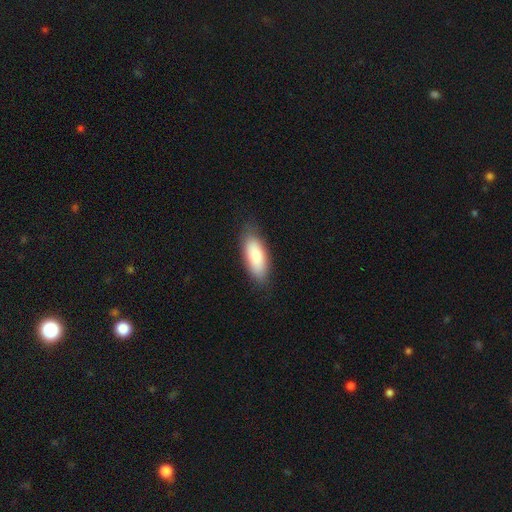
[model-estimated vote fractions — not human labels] A smooth galaxy with no disk features (85%) that is in between round and cigar-shaped (81%). Merging: none (80%).